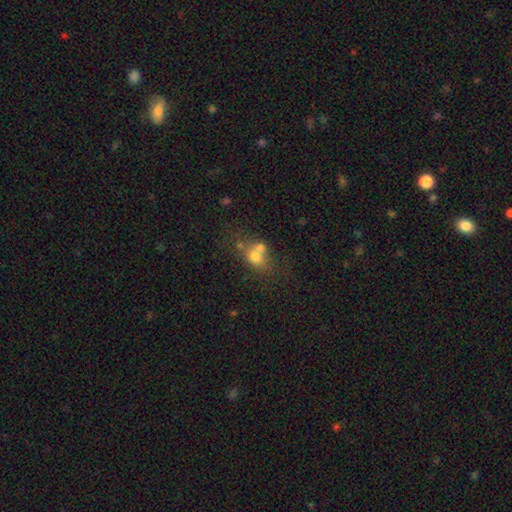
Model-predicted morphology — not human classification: smooth-or-featured: smooth: 67% | featured or disk: 20% | star or artifact: 13%
  how-rounded: round: 53% | in between: 45% | cigar-shaped: 2%
  merging: merger: 50% | none: 34% | minor disturbance: 10% | major disturbance: 6%